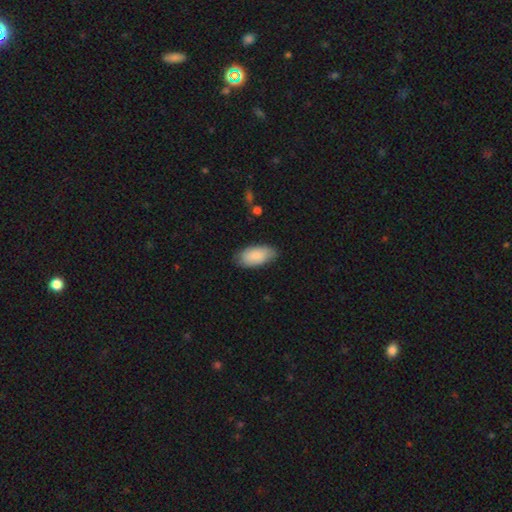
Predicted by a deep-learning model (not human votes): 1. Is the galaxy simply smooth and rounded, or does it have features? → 86% smooth, 8% featured or disk, 5% star or artifact.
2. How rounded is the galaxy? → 94% in between, 4% cigar-shaped, 2% round.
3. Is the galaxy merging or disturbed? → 77% none, 18% minor disturbance, 3% major disturbance, 1% merger.